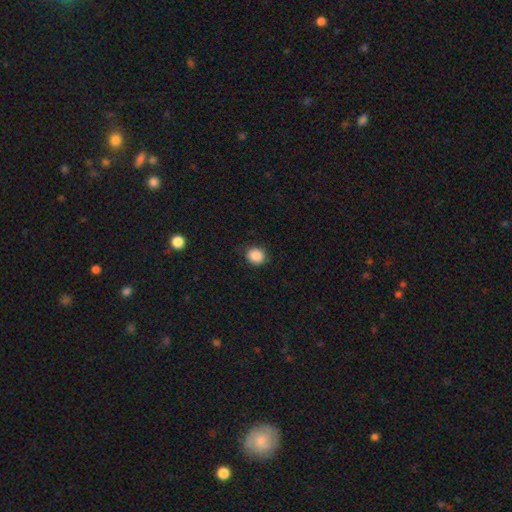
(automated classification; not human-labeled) Morphology: type=smooth (88%); roundness=round (72%); merging=none (84%).